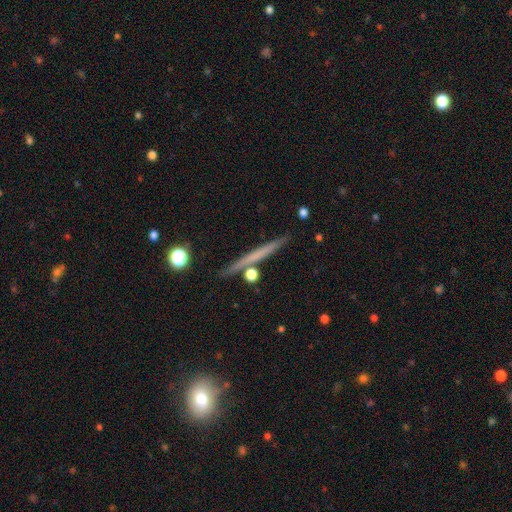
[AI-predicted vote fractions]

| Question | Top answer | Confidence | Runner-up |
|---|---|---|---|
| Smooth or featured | featured or disk | 49% | smooth (44%) |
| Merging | none | 88% | minor disturbance (7%) |